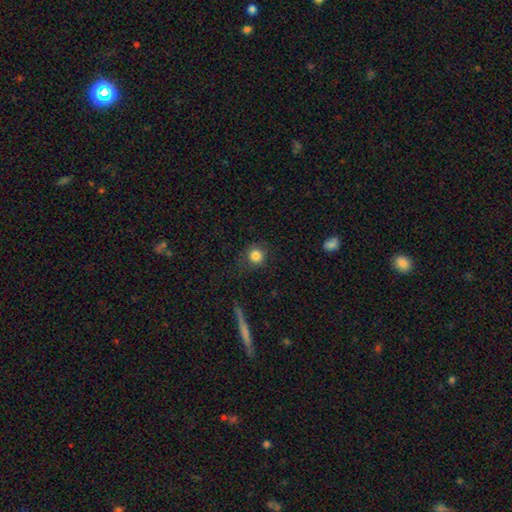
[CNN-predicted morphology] Smooth or featured?
  - smooth: 83% *
  - star or artifact: 11%
  - featured or disk: 6%
How rounded?
  - round: 92% *
  - in between: 7%
  - cigar-shaped: 1%
Merging?
  - none: 83% *
  - minor disturbance: 11%
  - major disturbance: 4%
  - merger: 2%